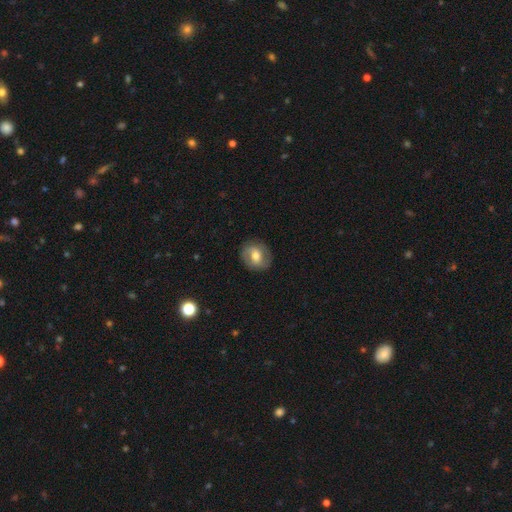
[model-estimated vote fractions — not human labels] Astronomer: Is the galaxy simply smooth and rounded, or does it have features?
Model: smooth — 49% (runner-up: featured or disk, 43%).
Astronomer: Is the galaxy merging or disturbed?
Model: none — 84%.